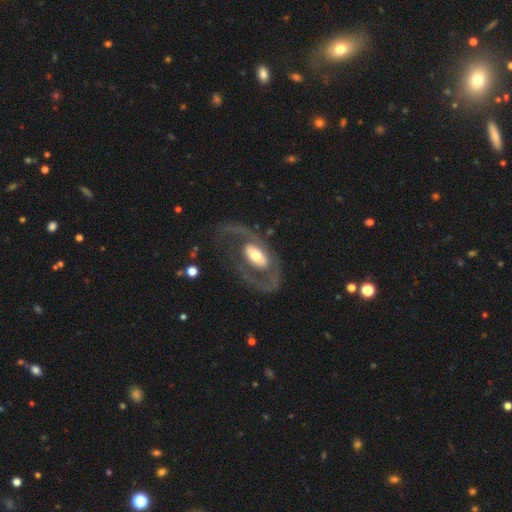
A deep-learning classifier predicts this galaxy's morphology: smooth-or-featured: featured or disk: 77% | smooth: 18% | star or artifact: 5%
  disk-edge-on: no: 93% | yes: 7%
    bar: no: 50% | weak: 29% | strong: 22%
    has-spiral-arms: yes: 70% | no: 30%
      spiral-winding: medium: 46% | loose: 30% | tight: 23%
      spiral-arm-count: 2: 74% | 1: 14% | can't tell: 9% | 3: 2% | 4: 1% | more than 4: 1%
    bulge-size: moderate: 58% | large: 22% | small: 15% | dominant: 3% | none: 1%
  merging: none: 60% | major disturbance: 23% | minor disturbance: 15% | merger: 2%